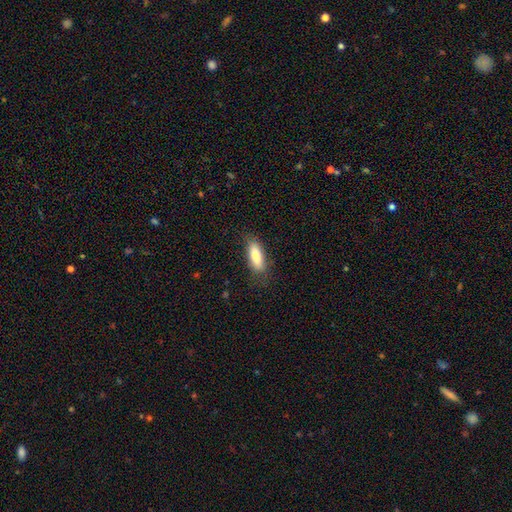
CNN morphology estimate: The model was most divided on "how rounded": in between: 67%, cigar-shaped: 31%, round: 2%. More confident: smooth or featured — smooth (82%); merging — none (78%).